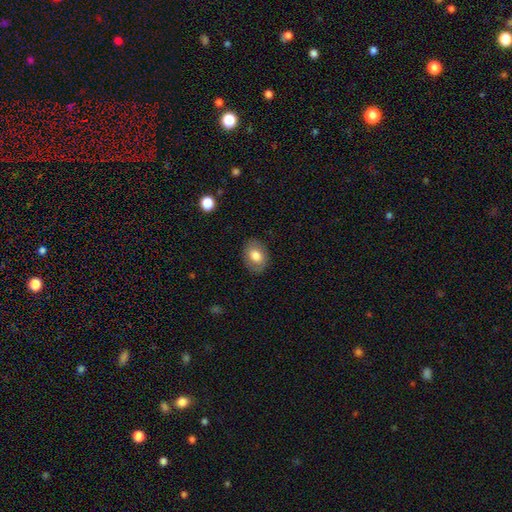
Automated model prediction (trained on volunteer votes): This appears to be a smooth galaxy with no disk features (74%) that is in between round and cigar-shaped (73%). Merging: none (84%).